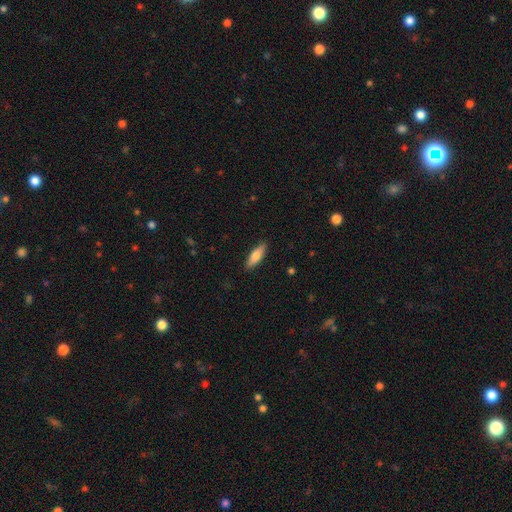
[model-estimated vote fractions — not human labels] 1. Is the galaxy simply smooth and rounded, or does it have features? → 76% smooth, 18% featured or disk, 6% star or artifact.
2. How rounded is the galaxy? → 50% in between, 48% cigar-shaped, 2% round.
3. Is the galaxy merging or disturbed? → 88% none, 9% minor disturbance, 2% major disturbance, 1% merger.